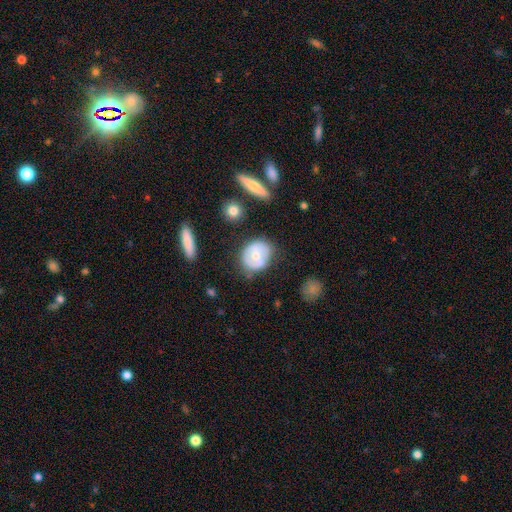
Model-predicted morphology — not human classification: Overall: smooth (49%; featured or disk 44%). Merging: none (62%; minor disturbance 25%).